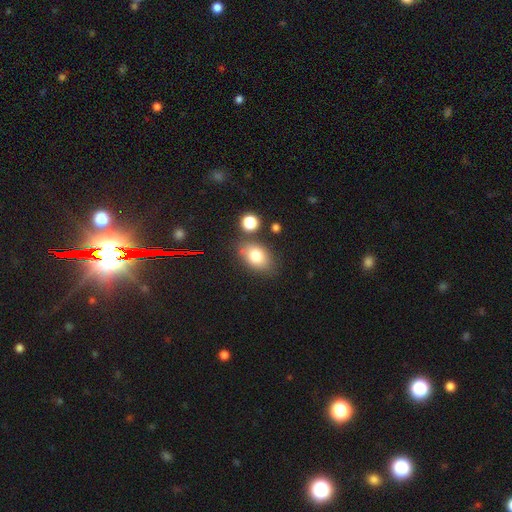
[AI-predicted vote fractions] This is likely a smooth galaxy (79%). How rounded: clearly in between (82%). Merging: likely none (72%).